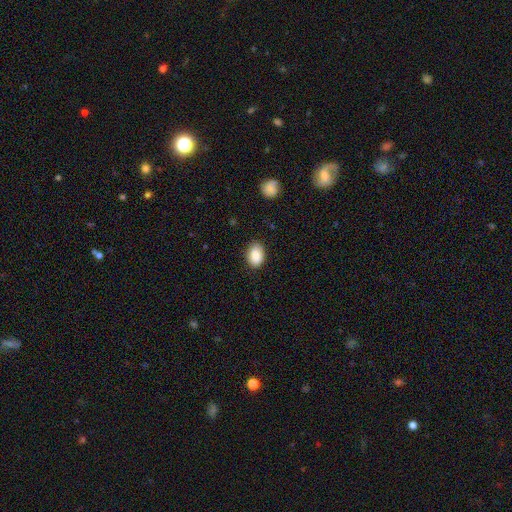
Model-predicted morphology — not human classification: Q: Smooth or featured?
A: smooth (88%); runner-up: star or artifact (7%)
Q: How rounded?
A: in between (82%); runner-up: round (17%)
Q: Merging?
A: none (84%); runner-up: minor disturbance (12%)